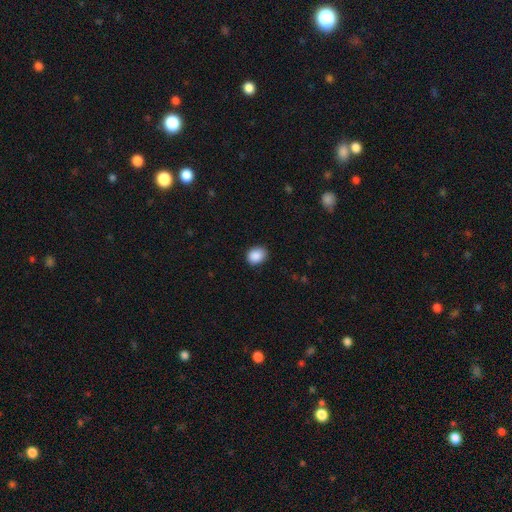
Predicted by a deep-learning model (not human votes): Smooth or featured: smooth — 89% (star or artifact — 8%)
How rounded: in between — 50% (round — 49%)
Merging: none — 85% (minor disturbance — 11%)